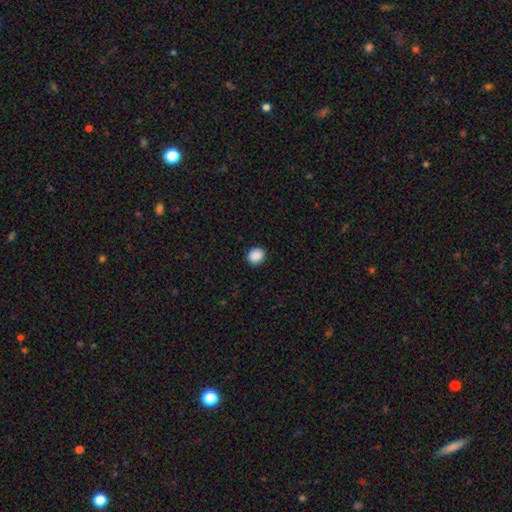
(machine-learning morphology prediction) This is clearly a smooth galaxy (89%). How rounded: likely round (72%). Merging: clearly none (91%).